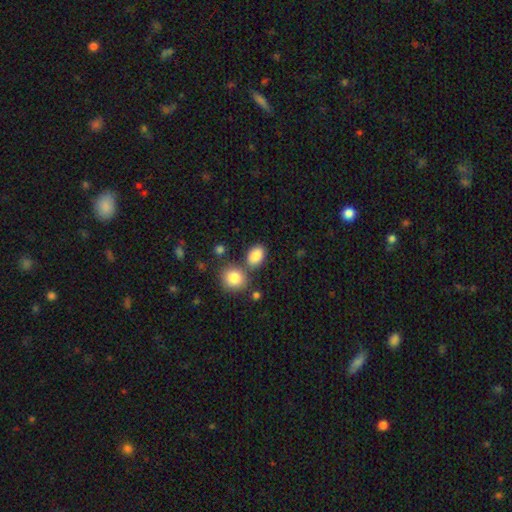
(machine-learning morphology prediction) Overall: smooth (85%). How rounded: in between (79%). Merging: none (70%).